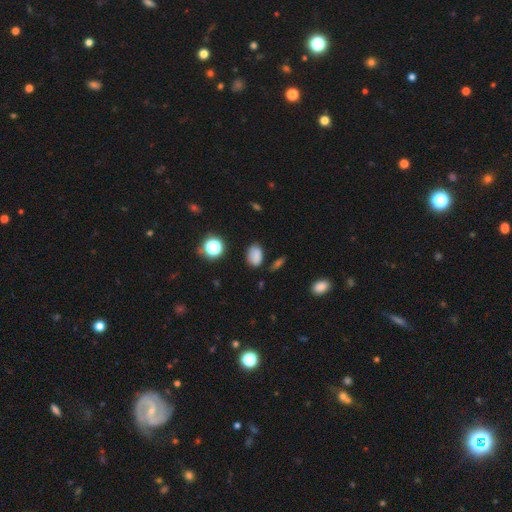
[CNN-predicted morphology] smooth-or-featured: smooth: 80% | star or artifact: 14% | featured or disk: 6%
  how-rounded: in between: 84% | round: 15% | cigar-shaped: 1%
  merging: none: 72% | minor disturbance: 19% | major disturbance: 5% | merger: 5%